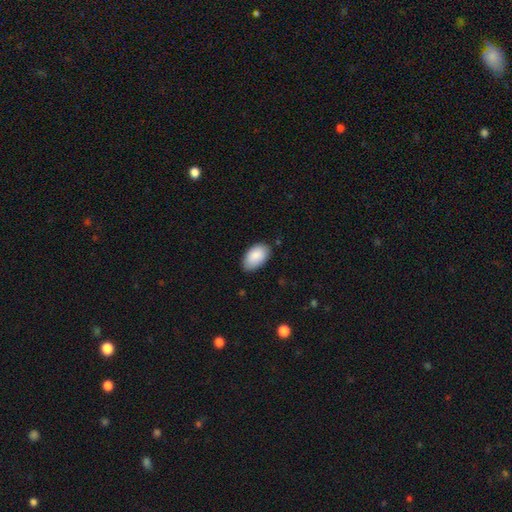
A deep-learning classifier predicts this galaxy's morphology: The model was most divided on "merging": none: 78%, minor disturbance: 18%, major disturbance: 3%, merger: 1%. More confident: how rounded — in between (95%); smooth or featured — smooth (88%).